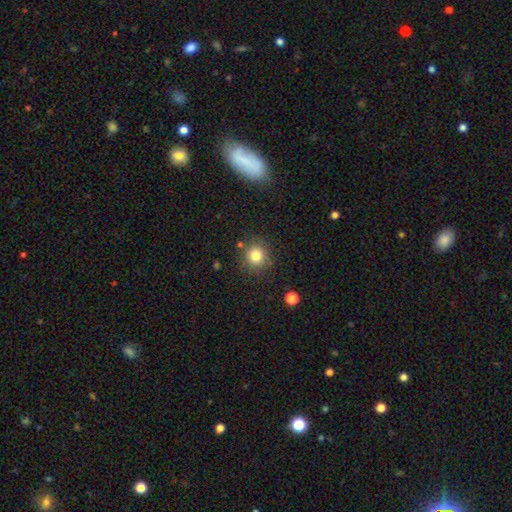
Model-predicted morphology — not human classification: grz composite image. It shows a smooth galaxy with no disk features (81%) that is round (91%). Merging: none (83%).